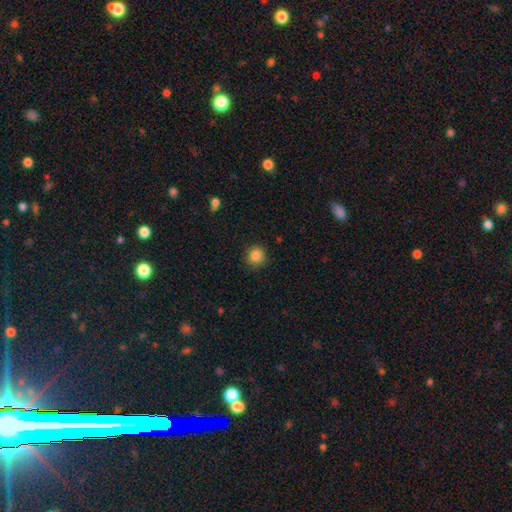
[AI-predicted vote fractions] smooth-or-featured: smooth: 86% | star or artifact: 10% | featured or disk: 4%
  how-rounded: round: 91% | in between: 8% | cigar-shaped: 1%
  merging: none: 89% | minor disturbance: 8% | major disturbance: 2% | merger: 1%